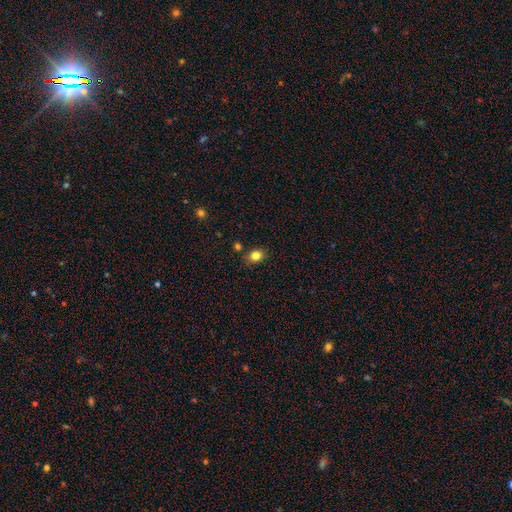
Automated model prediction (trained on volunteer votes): Smooth or featured?
  - smooth: 82% *
  - star or artifact: 12%
  - featured or disk: 6%
How rounded?
  - round: 51% *
  - in between: 48%
  - cigar-shaped: 1%
Merging?
  - none: 81% *
  - minor disturbance: 13%
  - merger: 4%
  - major disturbance: 3%